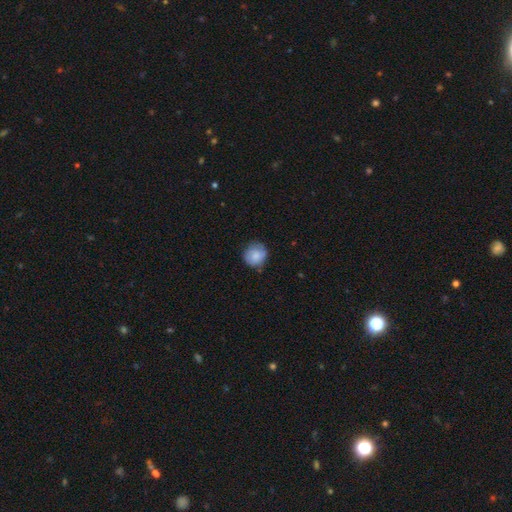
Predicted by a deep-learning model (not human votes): Morphology: type=smooth (78%); roundness=round (88%); merging=none (71%).